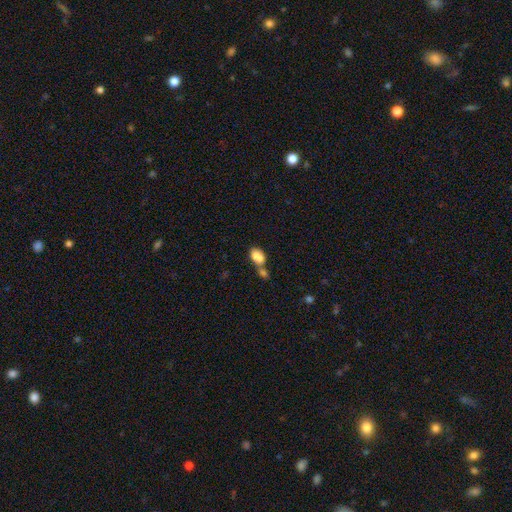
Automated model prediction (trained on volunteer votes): This is likely a smooth galaxy (80%). How rounded: clearly in between (85%). Merging: likely merger (63%).